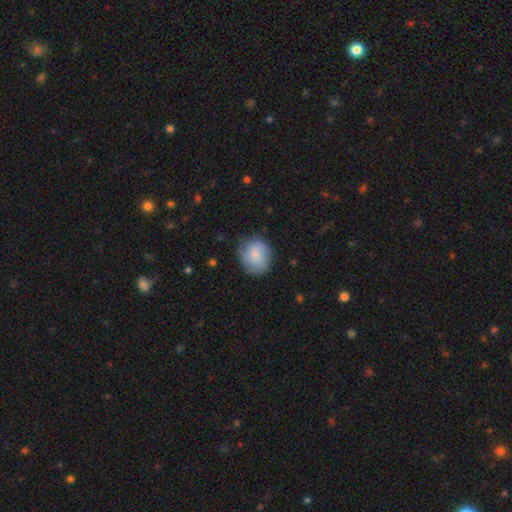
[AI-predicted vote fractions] Morphology: type=smooth (75%); roundness=round (73%); merging=none (71%).